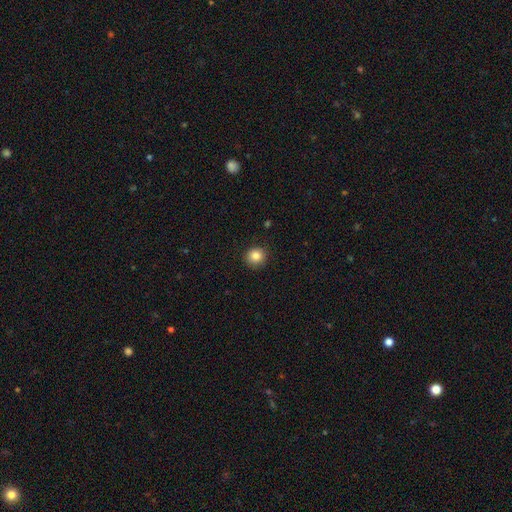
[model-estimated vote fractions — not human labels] Morphology: type=smooth (84%); roundness=round (92%); merging=none (90%).